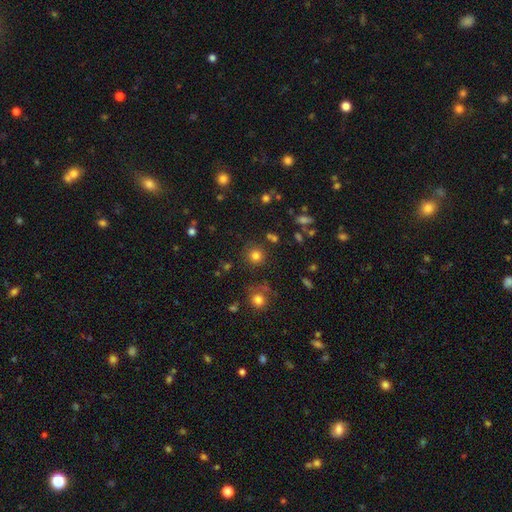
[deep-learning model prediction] Smooth or featured: smooth — 77% (star or artifact — 17%)
How rounded: round — 93% (in between — 6%)
Merging: none — 85% (minor disturbance — 8%)